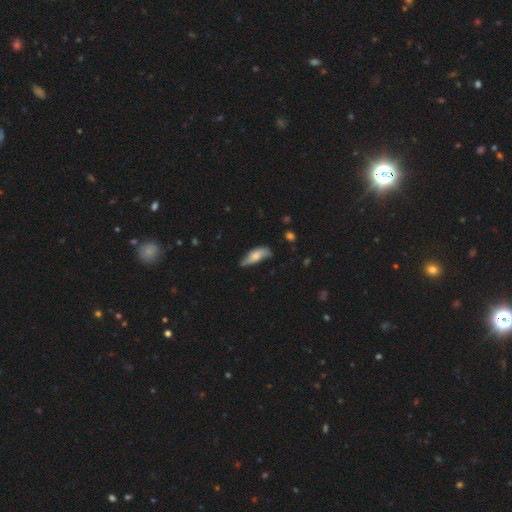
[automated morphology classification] Smooth or featured? Predicted: smooth (p=0.55). How rounded? Predicted: in between (p=0.70). Merging? Predicted: none (p=0.54).